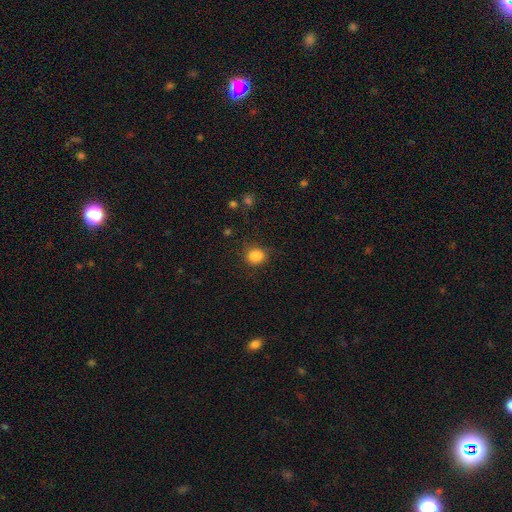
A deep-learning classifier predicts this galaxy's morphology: Smooth or featured: smooth — 84% (star or artifact — 11%)
How rounded: round — 60% (in between — 39%)
Merging: none — 69% (minor disturbance — 20%)